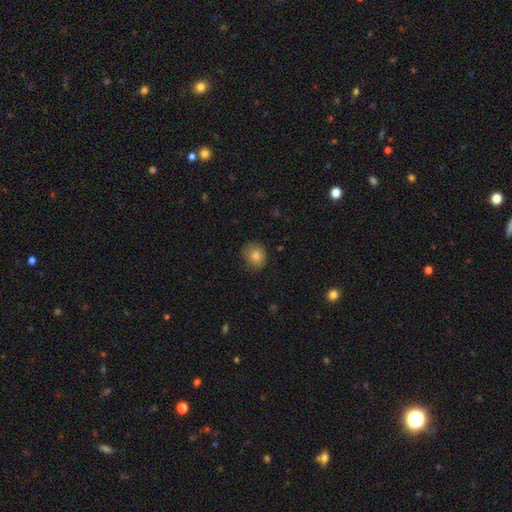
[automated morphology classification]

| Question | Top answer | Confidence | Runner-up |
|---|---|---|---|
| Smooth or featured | smooth | 81% | star or artifact (10%) |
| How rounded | round | 74% | in between (25%) |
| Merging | none | 80% | minor disturbance (15%) |